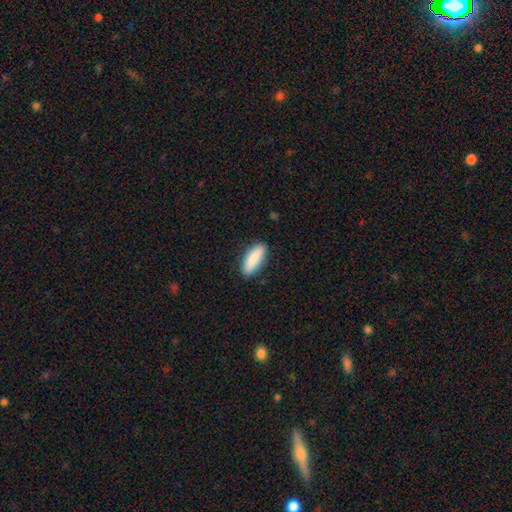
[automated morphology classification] A smooth galaxy with no disk features (89%) that is in between round and cigar-shaped (61%). Merging: none (89%).